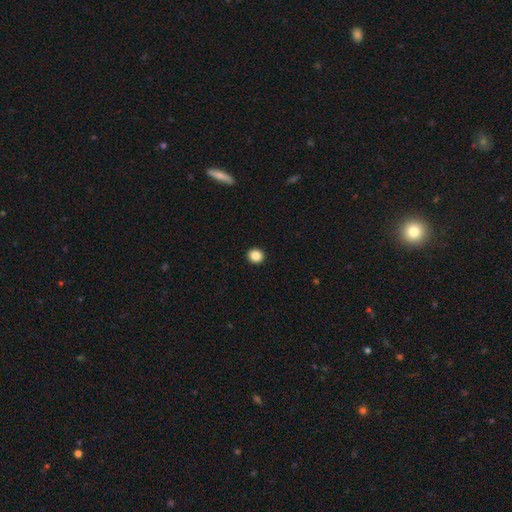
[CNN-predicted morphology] Smooth or featured?
  - smooth: 87% *
  - star or artifact: 10%
  - featured or disk: 4%
How rounded?
  - round: 91% *
  - in between: 8%
  - cigar-shaped: 1%
Merging?
  - none: 94% *
  - minor disturbance: 4%
  - major disturbance: 1%
  - merger: 1%